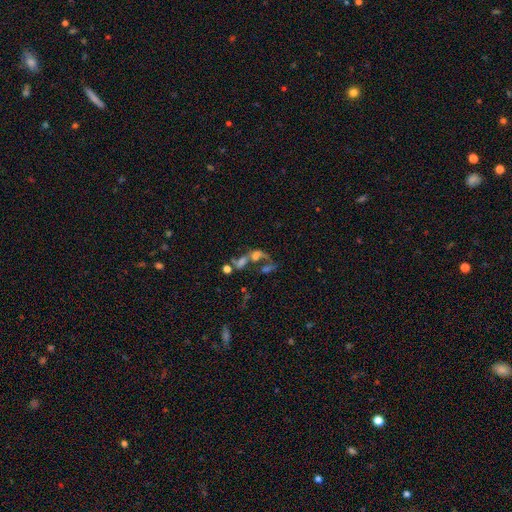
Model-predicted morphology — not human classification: smooth-or-featured: featured or disk: 46% | smooth: 31% | star or artifact: 23%
  merging: merger: 58% | major disturbance: 18% | none: 17% | minor disturbance: 7%